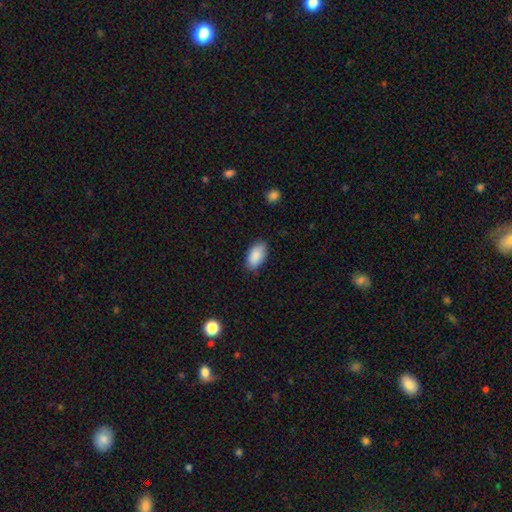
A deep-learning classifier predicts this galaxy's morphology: smooth-or-featured: smooth: 89% | star or artifact: 6% | featured or disk: 5%
  how-rounded: in between: 94% | round: 3% | cigar-shaped: 3%
  merging: none: 82% | minor disturbance: 15% | major disturbance: 3% | merger: 1%